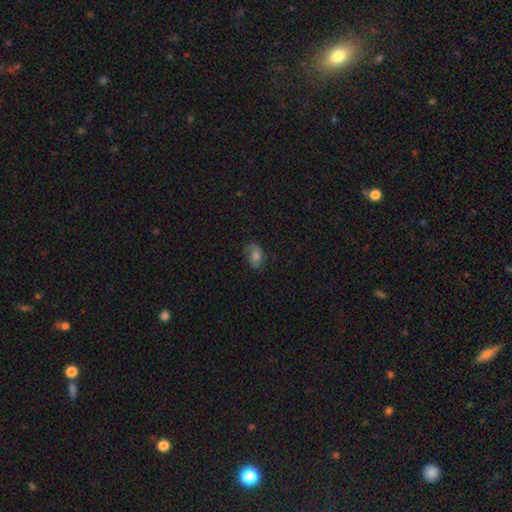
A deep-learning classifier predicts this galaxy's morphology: type=smooth (60%); roundness=in between (81%); merging=none (63%).